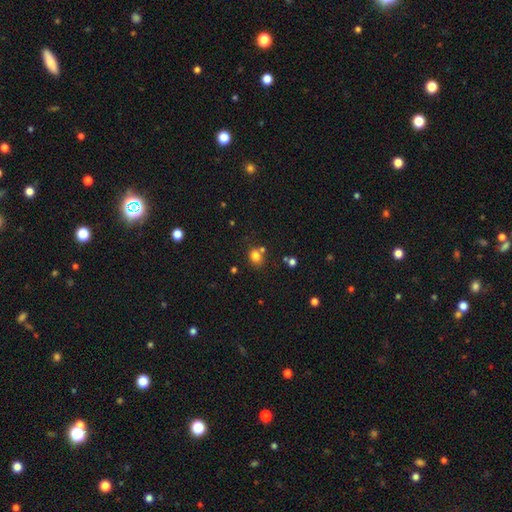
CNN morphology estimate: Smooth or featured?
  - smooth: 78% *
  - star or artifact: 15%
  - featured or disk: 7%
How rounded?
  - round: 60% *
  - in between: 39%
  - cigar-shaped: 1%
Merging?
  - none: 67% *
  - merger: 17%
  - minor disturbance: 12%
  - major disturbance: 4%